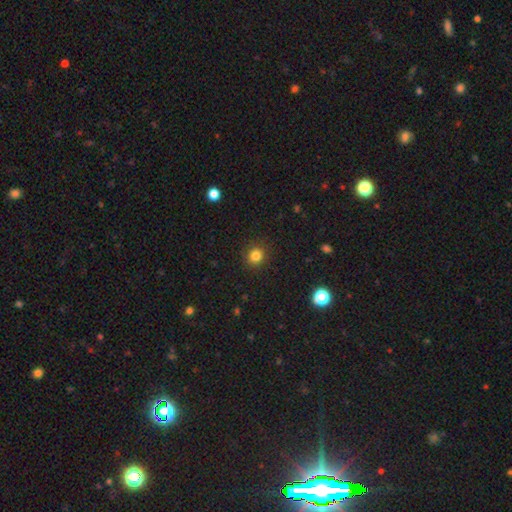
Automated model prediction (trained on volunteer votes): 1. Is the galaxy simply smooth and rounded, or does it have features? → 83% smooth, 13% star or artifact, 4% featured or disk.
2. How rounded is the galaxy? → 89% round, 11% in between, 1% cigar-shaped.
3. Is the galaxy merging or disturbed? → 90% none, 7% minor disturbance, 2% major disturbance, 1% merger.